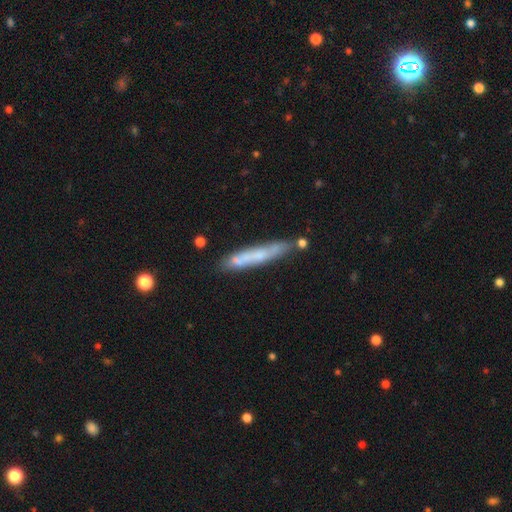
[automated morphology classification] This is possibly a smooth galaxy (52%). How rounded: clearly cigar-shaped (93%). Merging: likely none (72%).